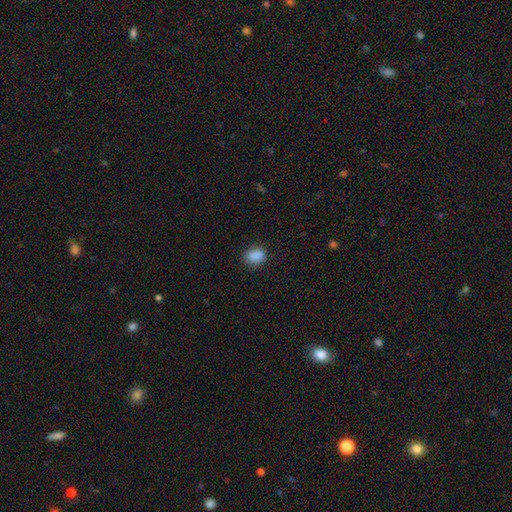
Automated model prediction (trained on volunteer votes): Overall: smooth (87%). How rounded: in between (62%; round 37%). Merging: none (81%).